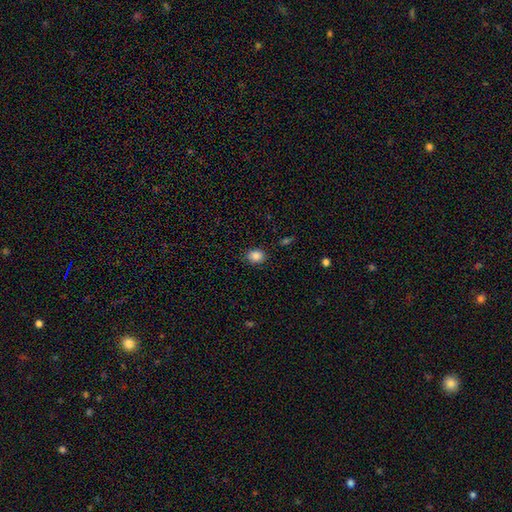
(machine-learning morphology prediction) Smooth or featured? smooth (86%)
How rounded? round (50%)
Merging? none (85%)